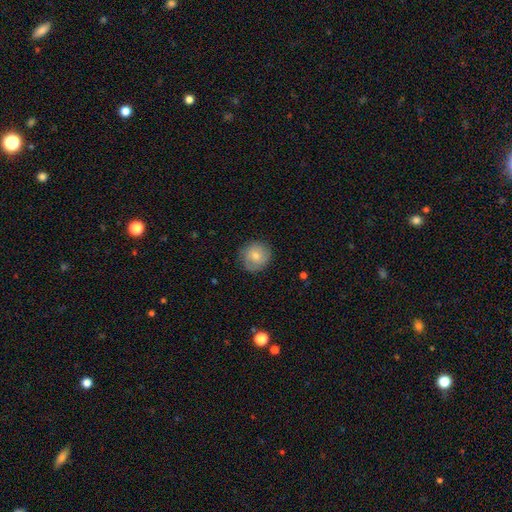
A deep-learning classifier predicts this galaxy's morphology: Smooth or featured? Predicted: smooth (p=0.71). How rounded? Predicted: round (p=0.90). Merging? Predicted: none (p=0.81).